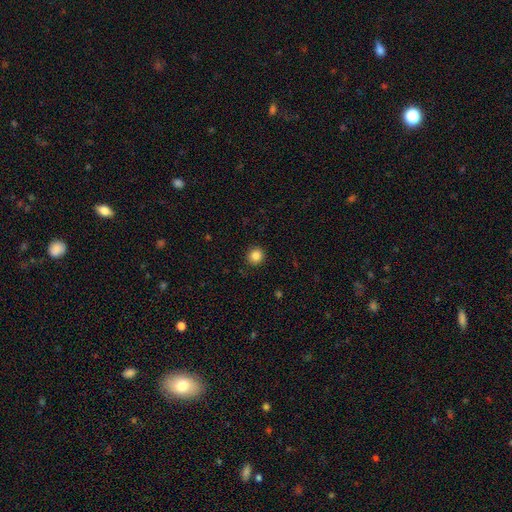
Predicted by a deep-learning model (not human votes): This appears to be a smooth galaxy with no disk features (85%) that is round (92%). Merging: none (91%).